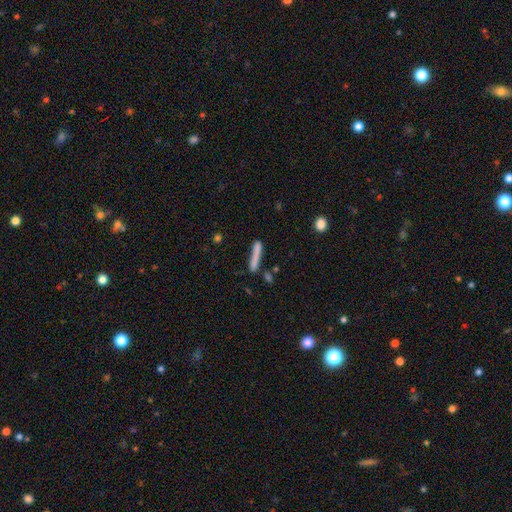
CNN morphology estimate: Overall: smooth (72%). How rounded: cigar-shaped (93%). Merging: none (70%).